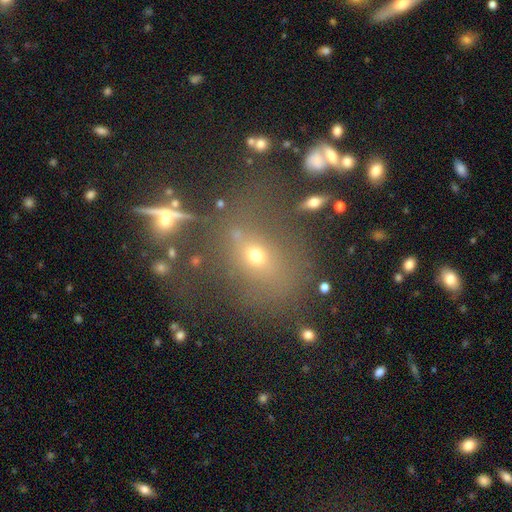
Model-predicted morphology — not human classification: smooth_or_featured: smooth (p=0.53) [alt: star or artifact p=0.27]
how_rounded: in between (p=0.49) [alt: round p=0.48]
merging: none (p=0.57) [alt: minor disturbance p=0.16]